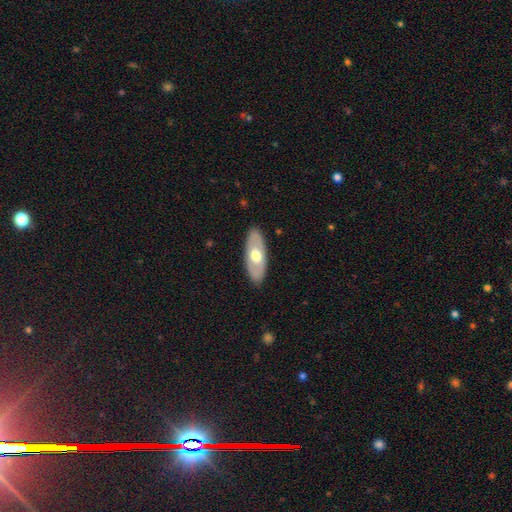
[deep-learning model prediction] A smooth galaxy with no disk features (50%) that is in between round and cigar-shaped (83%).

Vote fractions:
- Smooth or featured? smooth: 50% / featured or disk: 45% / star or artifact: 5%
- How rounded? in between: 83% / cigar-shaped: 14% / round: 3%
- Merging? none: 87% / minor disturbance: 9% / major disturbance: 2% / merger: 1%